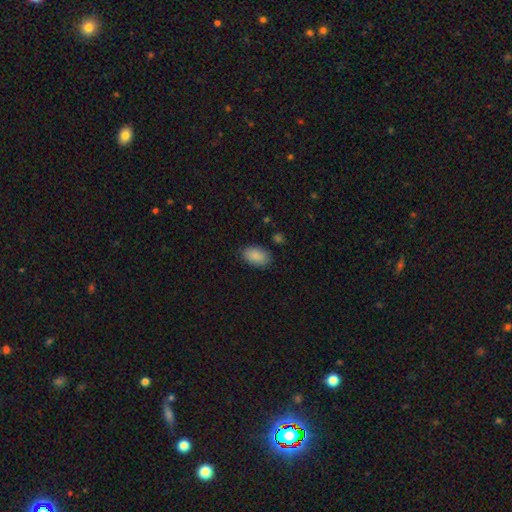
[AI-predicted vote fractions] A smooth galaxy with no disk features (89%) that is in between round and cigar-shaped (92%).

Vote fractions:
- Smooth or featured? smooth: 89% / star or artifact: 7% / featured or disk: 4%
- How rounded? in between: 92% / round: 7% / cigar-shaped: 1%
- Merging? none: 85% / minor disturbance: 11% / major disturbance: 3% / merger: 1%